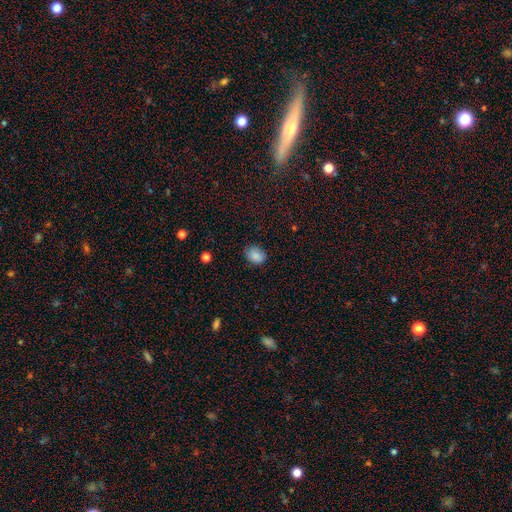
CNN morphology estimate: type=smooth (87%); roundness=in between (65%); merging=none (78%).